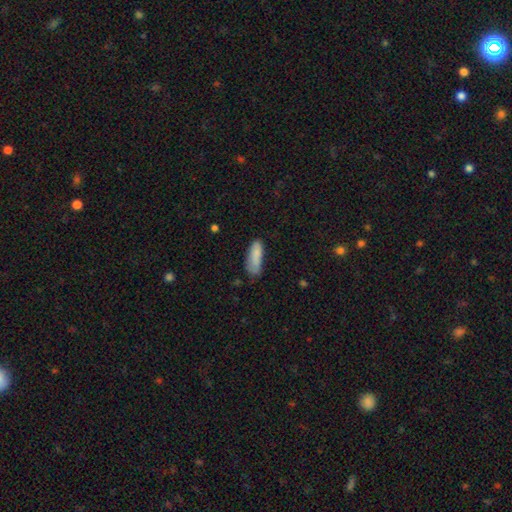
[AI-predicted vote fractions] The model was most divided on "how rounded": in between: 59%, cigar-shaped: 39%, round: 2%. More confident: smooth or featured — smooth (83%); merging — none (54%).